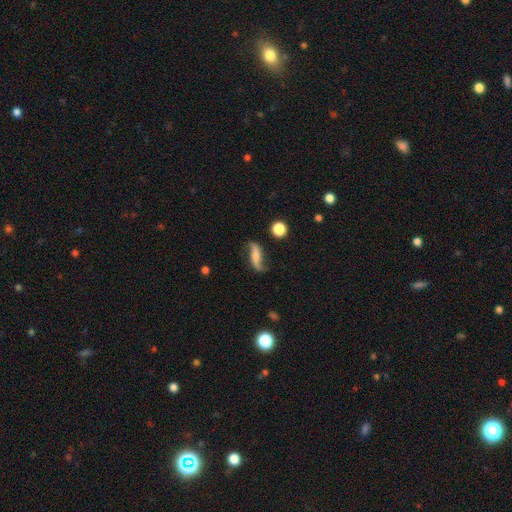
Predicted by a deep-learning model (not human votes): This appears to be a featured or disk galaxy (60%). Merging: none (68%).